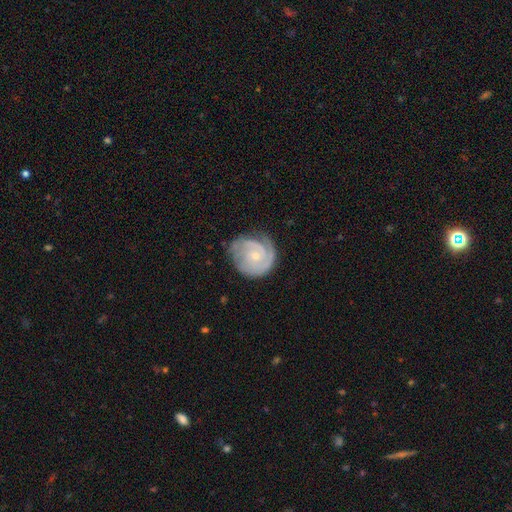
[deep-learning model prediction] Smooth or featured?
  - featured or disk: 80% *
  - smooth: 15%
  - star or artifact: 5%
Edge-on disk?
  - no: 98% *
  - yes: 2%
Bar?
  - no: 75% *
  - weak: 22%
  - strong: 4%
Spiral arms?
  - yes: 94% *
  - no: 6%
Spiral winding?
  - tight: 67% *
  - medium: 26%
  - loose: 7%
Spiral arm count?
  - 2: 37% *
  - can't tell: 21%
  - 3: 20%
  - 1: 14%
  - 4: 4%
  - more than 4: 4%
Bulge size?
  - small: 68% *
  - moderate: 28%
  - none: 2%
  - large: 1%
  - dominant: 1%
Merging?
  - none: 68% *
  - minor disturbance: 22%
  - major disturbance: 9%
  - merger: 1%